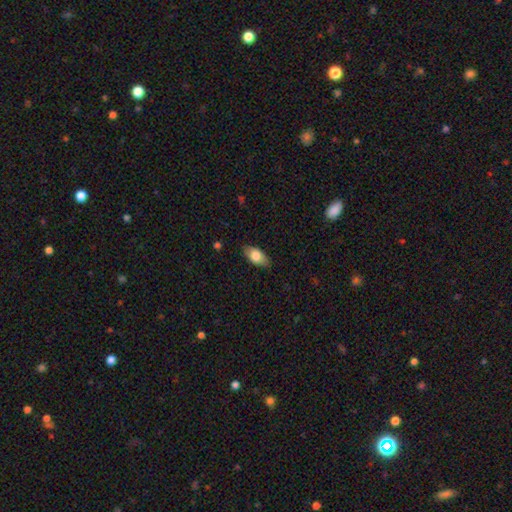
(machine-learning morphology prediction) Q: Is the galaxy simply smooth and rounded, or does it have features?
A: smooth — 78%.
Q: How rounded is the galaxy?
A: in between — 90%.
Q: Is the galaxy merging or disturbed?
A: none — 84%.